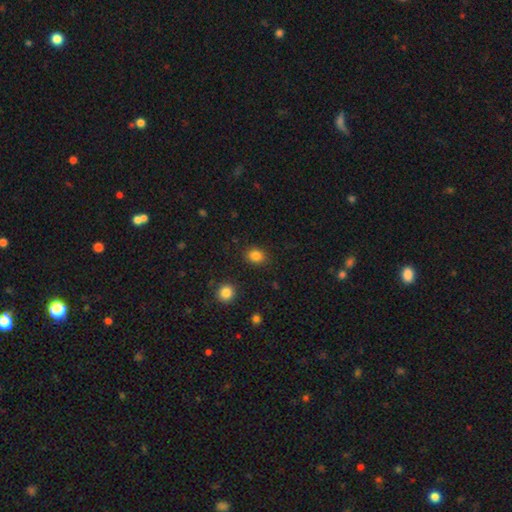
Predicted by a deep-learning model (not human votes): Morphology: type=smooth (84%); roundness=round (56%); merging=none (87%).